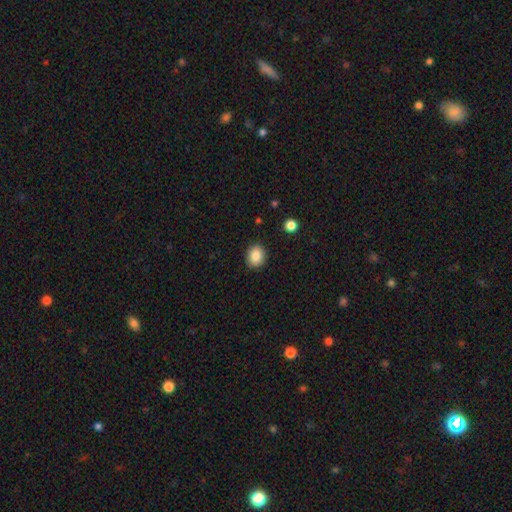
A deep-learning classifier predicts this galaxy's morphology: This appears to be a smooth galaxy with no disk features (87%) that is round (55%). Merging: none (89%).